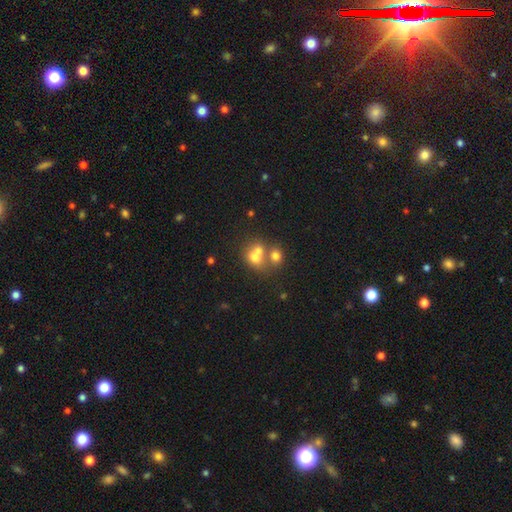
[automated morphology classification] smooth-or-featured: smooth: 65% | featured or disk: 21% | star or artifact: 14%
  how-rounded: round: 61% | in between: 38% | cigar-shaped: 1%
  merging: merger: 60% | none: 28% | minor disturbance: 7% | major disturbance: 4%